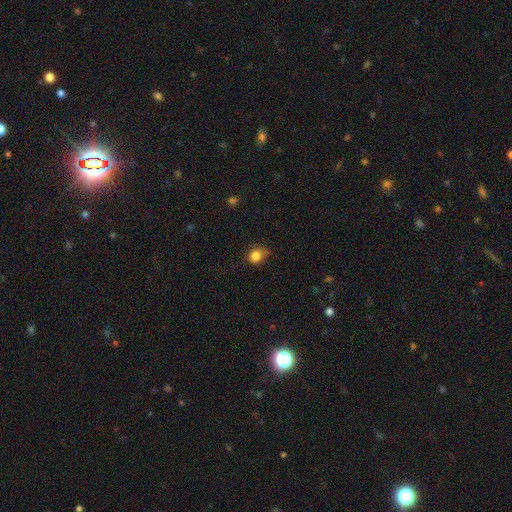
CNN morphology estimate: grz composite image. It shows a smooth galaxy with no disk features (84%) that is round (60%). Merging: none (61%).